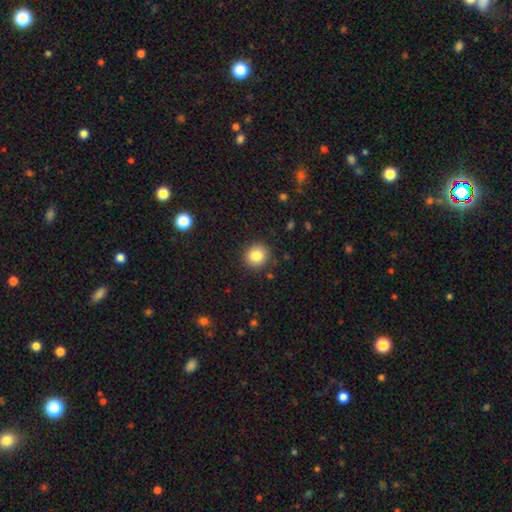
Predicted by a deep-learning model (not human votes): smooth 83%, star or artifact 10%, featured or disk 7%. Down the decision tree: how rounded — round (90%); merging — none (89%).